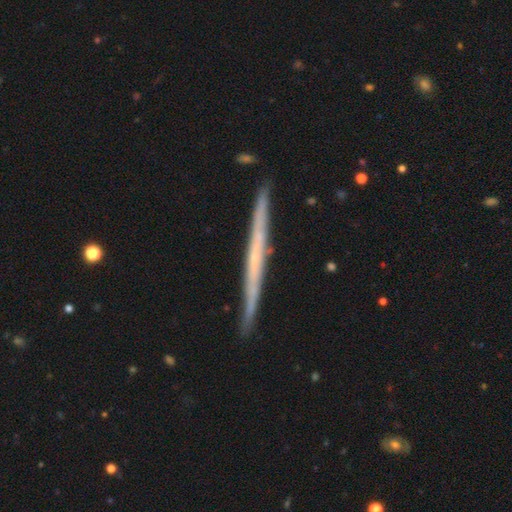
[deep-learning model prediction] smooth_or_featured: featured or disk (p=0.69) [alt: smooth p=0.25]
disk_edge_on: yes (p=0.97) [alt: no p=0.03]
edge_on_bulge: none (p=0.83) [alt: rounded p=0.13]
merging: none (p=0.89) [alt: minor disturbance p=0.08]